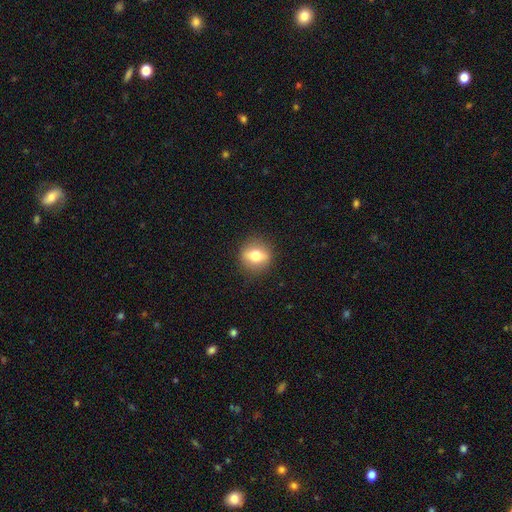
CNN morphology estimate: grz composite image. It shows a smooth galaxy with no disk features (63%) that is round (75%). Merging: none (88%).